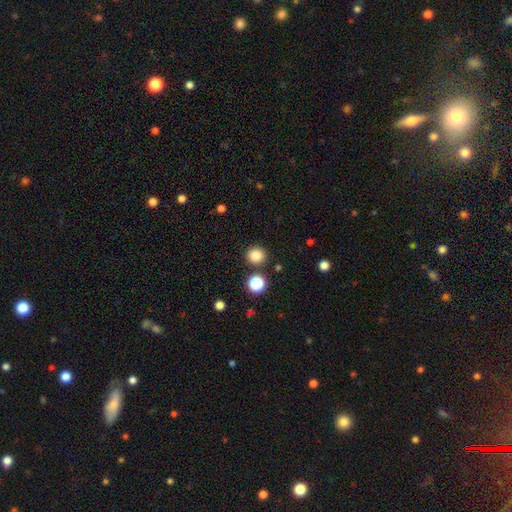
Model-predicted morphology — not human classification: smooth-or-featured: smooth: 83% | star or artifact: 13% | featured or disk: 5%
  how-rounded: round: 91% | in between: 8% | cigar-shaped: 1%
  merging: none: 88% | minor disturbance: 6% | merger: 4% | major disturbance: 2%